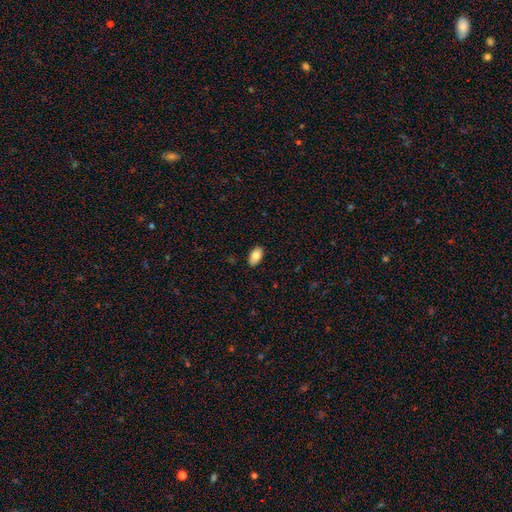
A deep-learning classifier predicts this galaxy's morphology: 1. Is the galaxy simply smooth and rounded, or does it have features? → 83% smooth, 10% featured or disk, 7% star or artifact.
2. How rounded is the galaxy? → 94% in between, 4% round, 2% cigar-shaped.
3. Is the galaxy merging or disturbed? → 87% none, 10% minor disturbance, 2% major disturbance, 1% merger.